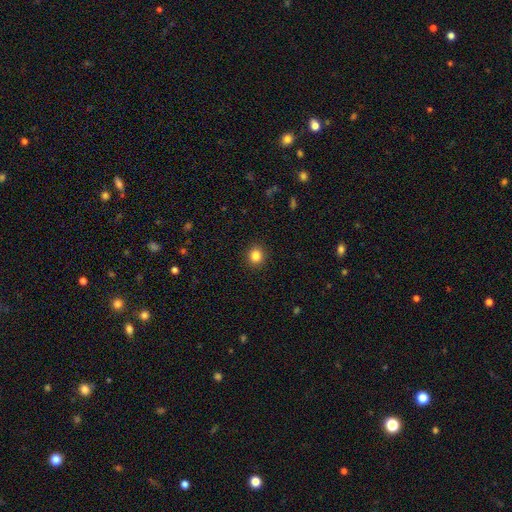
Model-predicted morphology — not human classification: Q: Smooth or featured?
A: smooth (85%); runner-up: star or artifact (11%)
Q: How rounded?
A: round (85%); runner-up: in between (14%)
Q: Merging?
A: none (92%); runner-up: minor disturbance (6%)